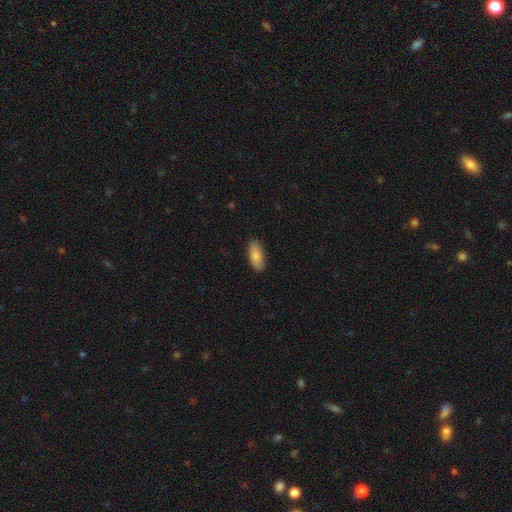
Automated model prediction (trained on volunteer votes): This is clearly a smooth galaxy (84%). How rounded: clearly in between (84%). Merging: clearly none (87%).